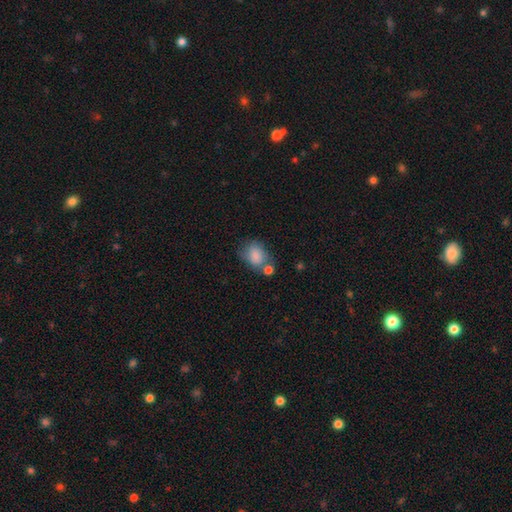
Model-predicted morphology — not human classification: smooth-or-featured: smooth: 83% | featured or disk: 8% | star or artifact: 8%
  how-rounded: in between: 64% | round: 35% | cigar-shaped: 1%
  merging: none: 49% | minor disturbance: 22% | merger: 21% | major disturbance: 9%